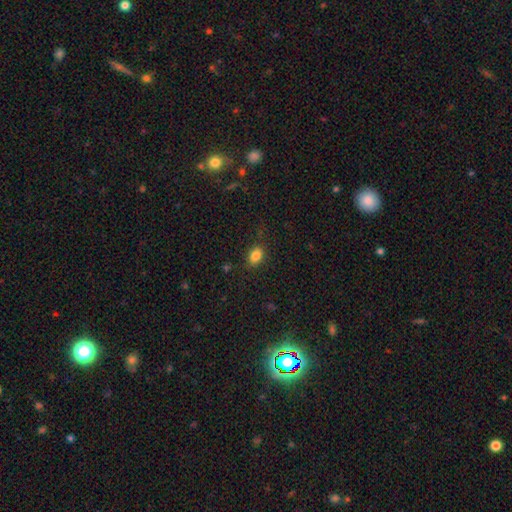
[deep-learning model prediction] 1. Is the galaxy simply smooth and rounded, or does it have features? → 84% smooth, 11% star or artifact, 5% featured or disk.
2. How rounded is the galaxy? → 71% in between, 27% round, 1% cigar-shaped.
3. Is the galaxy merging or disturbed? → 84% none, 11% minor disturbance, 3% major disturbance, 1% merger.